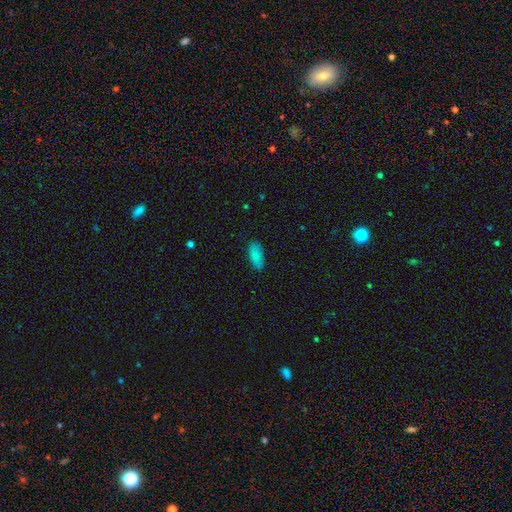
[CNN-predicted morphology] smooth 84%, featured or disk 9%, star or artifact 8%. Down the decision tree: how rounded — in between (80%); merging — none (83%).